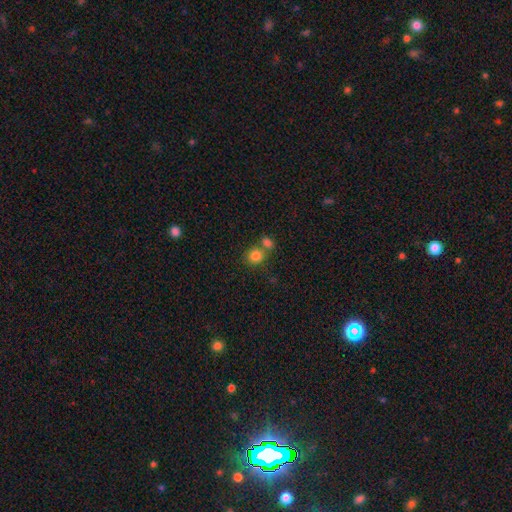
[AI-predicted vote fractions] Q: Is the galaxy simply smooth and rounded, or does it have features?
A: smooth — 82%.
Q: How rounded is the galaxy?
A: round — 79%.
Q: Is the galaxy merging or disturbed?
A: none — 53%.